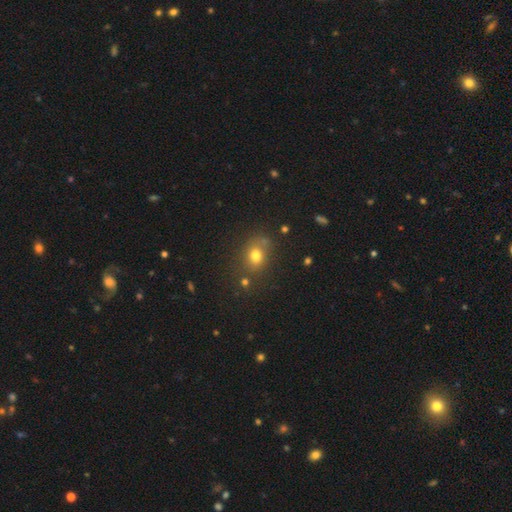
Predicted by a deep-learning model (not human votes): Smooth or featured? smooth (73%)
How rounded? round (56%)
Merging? none (70%)